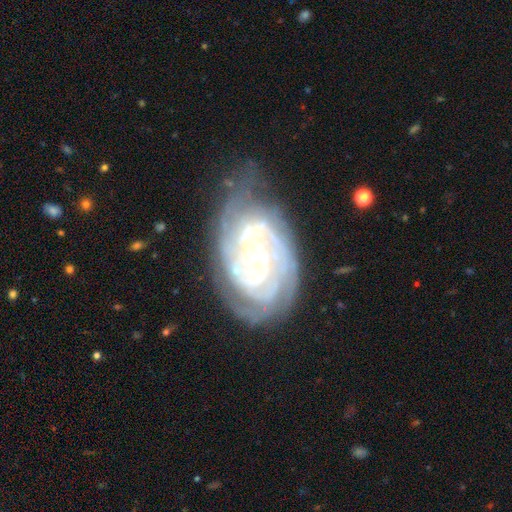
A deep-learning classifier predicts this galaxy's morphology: This appears to be a featured or disk galaxy (88%) with no bar (51%), tight (75%) spiral arms (97%) and a small central bulge (75%). Merging: none (67%).